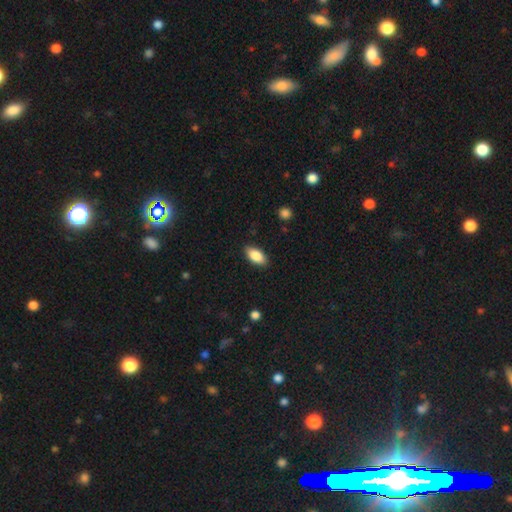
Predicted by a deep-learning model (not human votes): This is clearly a smooth galaxy (85%). How rounded: clearly in between (91%). Merging: clearly none (87%).